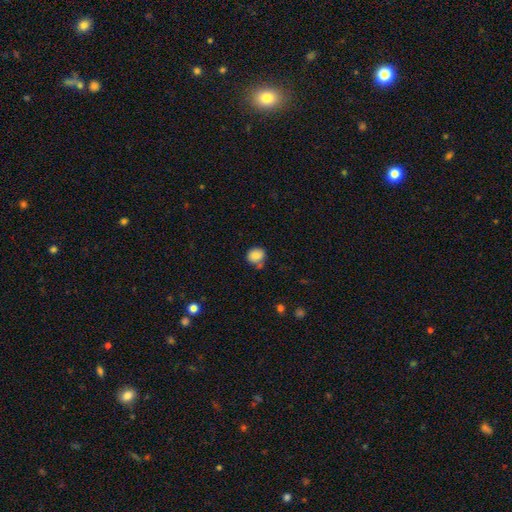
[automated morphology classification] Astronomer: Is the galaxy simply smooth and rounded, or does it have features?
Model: smooth — 85%.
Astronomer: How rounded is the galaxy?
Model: round — 68%.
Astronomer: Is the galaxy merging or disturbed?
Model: none — 64%.